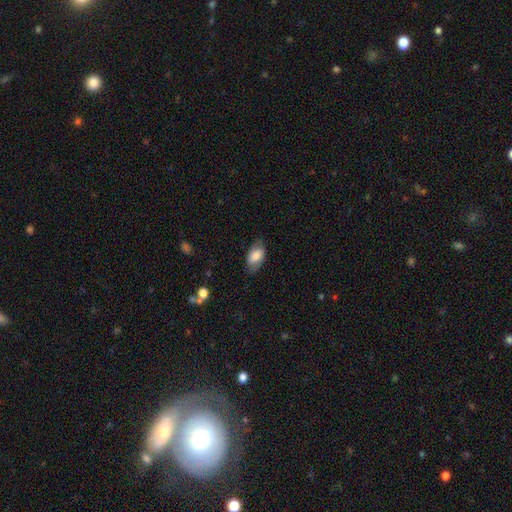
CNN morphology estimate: A smooth galaxy with no disk features (74%) that is in between round and cigar-shaped (92%). Merging: none (74%).